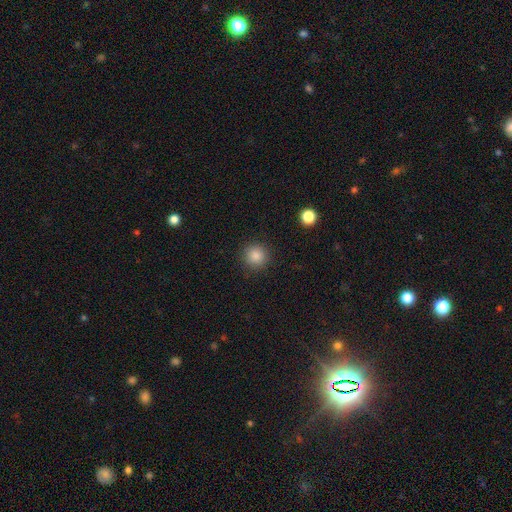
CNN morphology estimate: This appears to be a smooth galaxy with no disk features (86%) that is round (94%). Merging: none (91%).